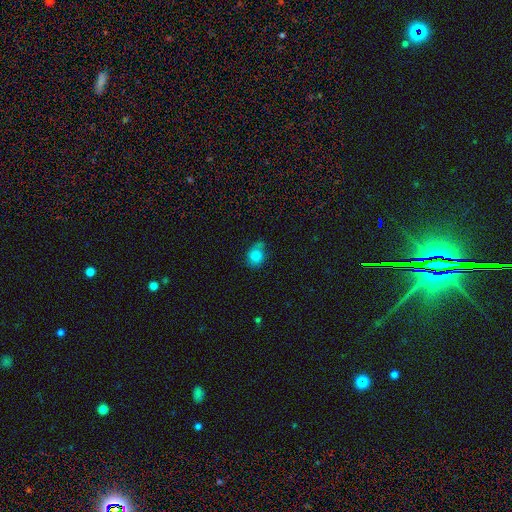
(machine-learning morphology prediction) Overall: smooth (81%). How rounded: round (56%; in between 42%). Merging: none (54%; minor disturbance 31%).